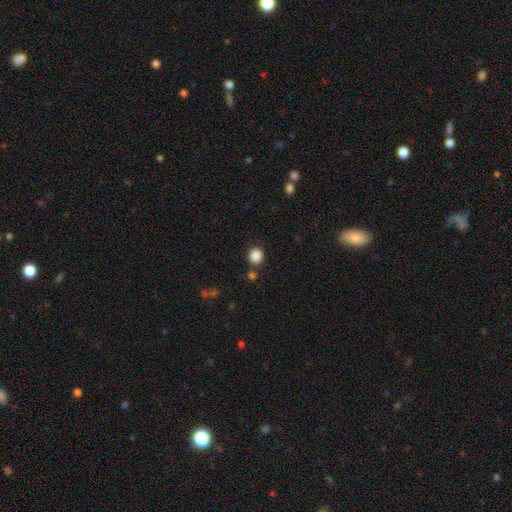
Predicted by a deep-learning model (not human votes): smooth 87%, star or artifact 10%, featured or disk 3%. Down the decision tree: how rounded — round (79%); merging — none (79%).